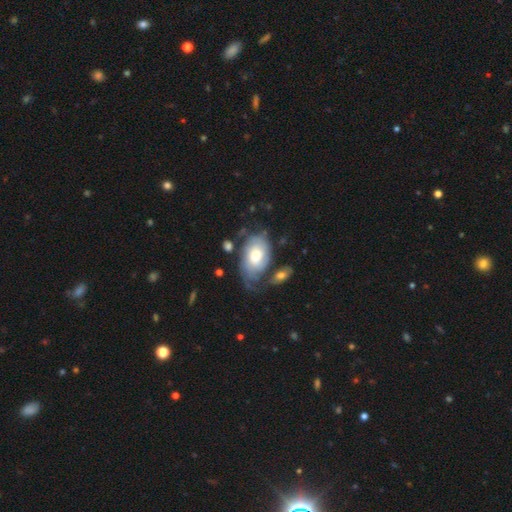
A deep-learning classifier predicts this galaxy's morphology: featured or disk 58%, smooth 36%, star or artifact 6%. Down the decision tree: edge-on disk — no (95%); bar — no (78%); spiral arms — yes (78%); bulge size — large (43%, tied with moderate); merging — none (41%).